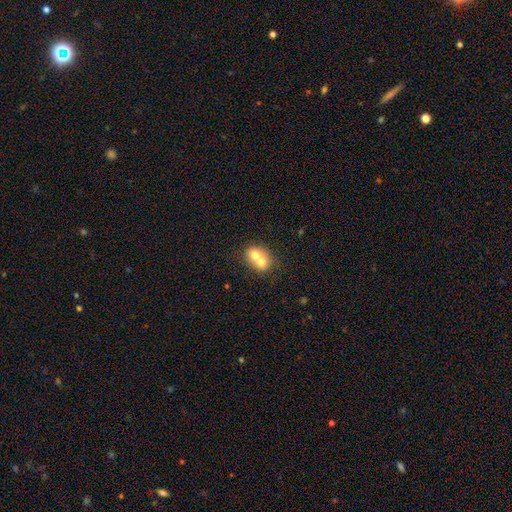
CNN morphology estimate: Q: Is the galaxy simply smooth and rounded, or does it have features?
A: smooth — 66%.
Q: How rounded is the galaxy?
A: round — 59%.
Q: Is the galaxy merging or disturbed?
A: merger — 71%.